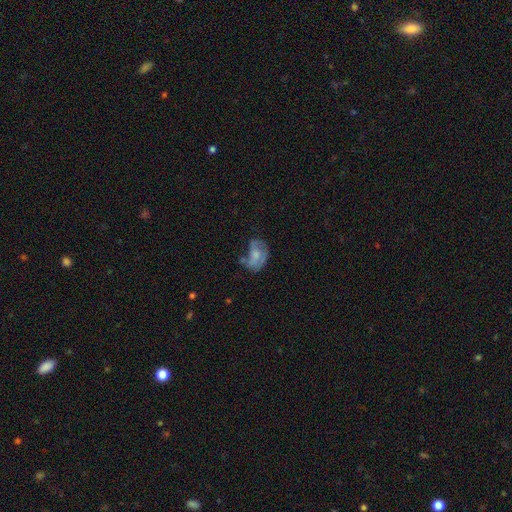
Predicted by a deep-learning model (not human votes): Smooth or featured?
  - smooth: 51% *
  - featured or disk: 40%
  - star or artifact: 9%
How rounded?
  - in between: 80% *
  - round: 18%
  - cigar-shaped: 1%
Merging?
  - none: 33% *
  - minor disturbance: 30%
  - major disturbance: 26%
  - merger: 11%